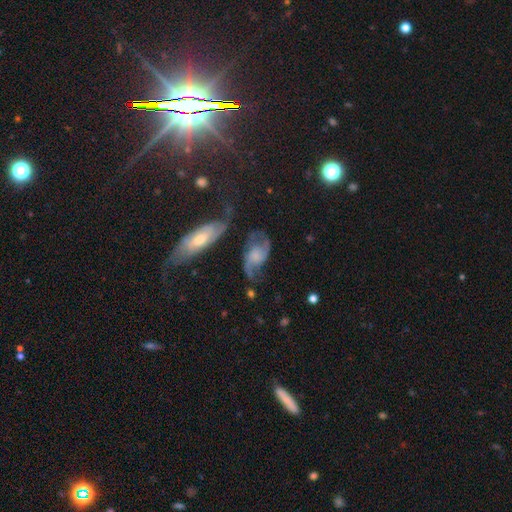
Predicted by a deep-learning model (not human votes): Smooth or featured? Predicted: featured or disk (p=0.75). Edge-on disk? Predicted: no (p=0.95). Bar? Predicted: no (p=0.62). Spiral arms? Predicted: yes (p=0.92). Spiral winding? Predicted: loose (p=0.56). Spiral arm count? Predicted: 2 (p=0.87). Bulge size? Predicted: none (p=0.41). Merging? Predicted: none (p=0.47).